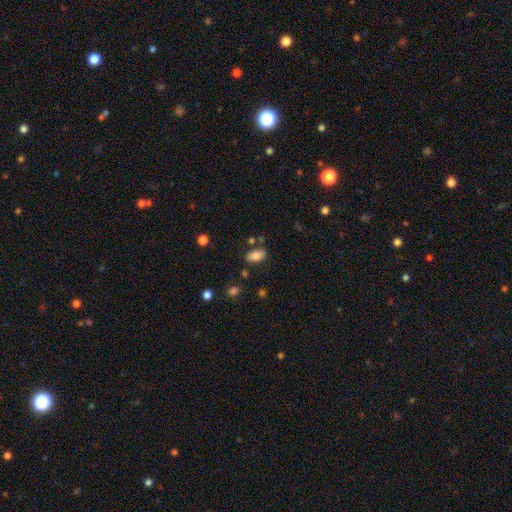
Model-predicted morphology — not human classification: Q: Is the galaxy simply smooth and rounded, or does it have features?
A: smooth — 79%.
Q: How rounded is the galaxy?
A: in between — 91%.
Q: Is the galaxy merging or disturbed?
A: none — 77%.